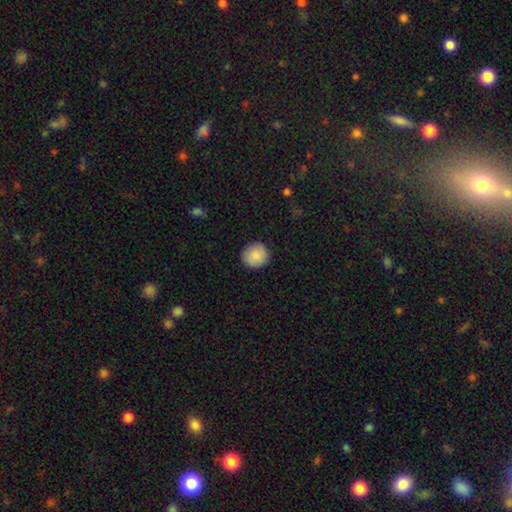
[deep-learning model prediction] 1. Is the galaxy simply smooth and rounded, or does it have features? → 88% smooth, 7% star or artifact, 5% featured or disk.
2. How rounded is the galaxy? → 89% round, 10% in between, 1% cigar-shaped.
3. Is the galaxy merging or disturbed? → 91% none, 7% minor disturbance, 2% major disturbance, 1% merger.